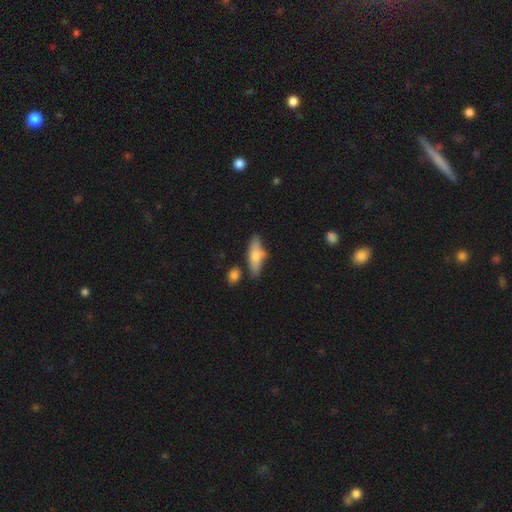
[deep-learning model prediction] Overall: smooth (60%; featured or disk 33%). How rounded: in between (58%; cigar-shaped 39%). Merging: none (62%).